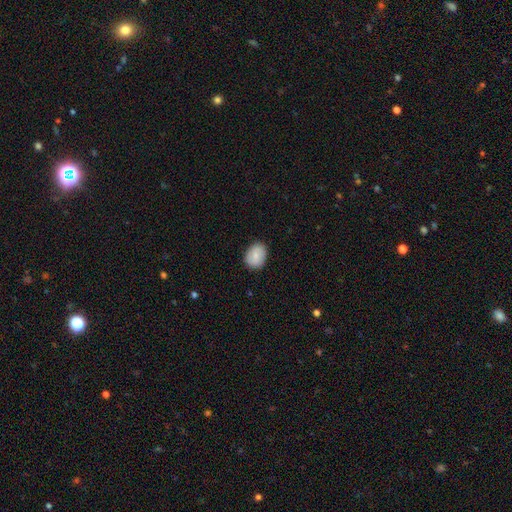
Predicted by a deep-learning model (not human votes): Morphology: type=smooth (82%); roundness=in between (59%); merging=none (86%).